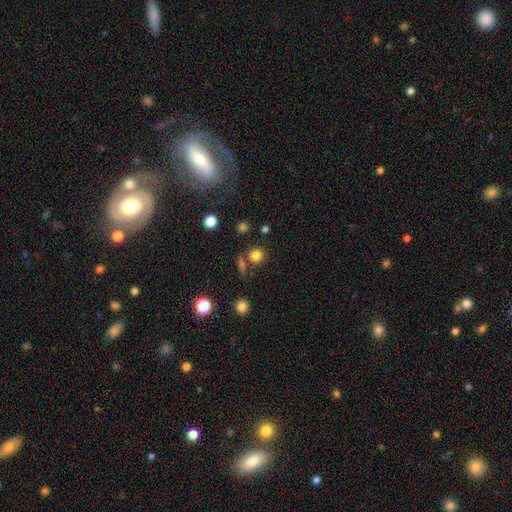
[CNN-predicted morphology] smooth_or_featured: smooth (p=0.80) [alt: star or artifact p=0.14]
how_rounded: round (p=0.90) [alt: in between p=0.09]
merging: none (p=0.76) [alt: merger p=0.12]